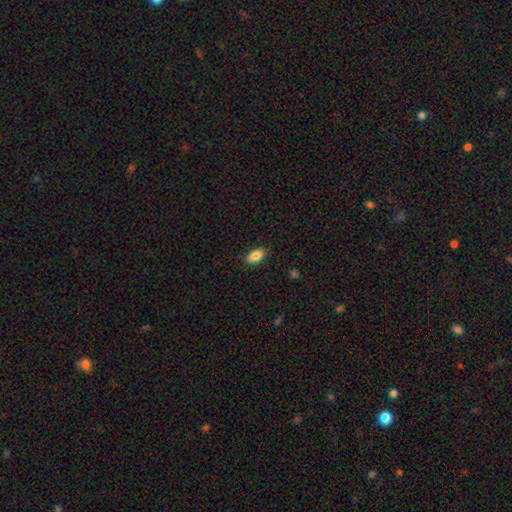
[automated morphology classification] Overall: smooth (85%). How rounded: in between (91%). Merging: none (87%).